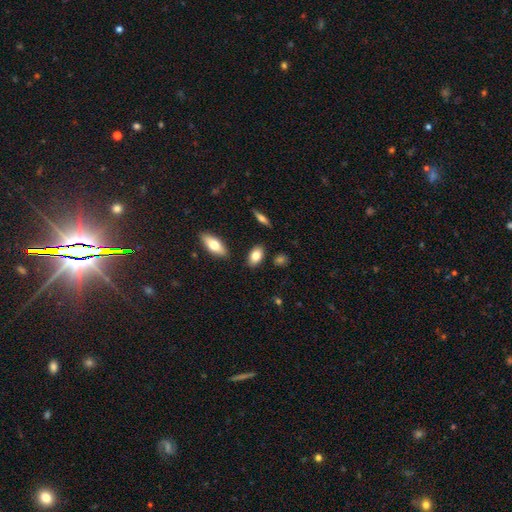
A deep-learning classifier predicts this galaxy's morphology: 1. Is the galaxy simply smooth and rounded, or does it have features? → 81% smooth, 12% featured or disk, 7% star or artifact.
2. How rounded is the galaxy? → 90% in between, 6% round, 4% cigar-shaped.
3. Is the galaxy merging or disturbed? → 84% none, 11% minor disturbance, 3% merger, 2% major disturbance.